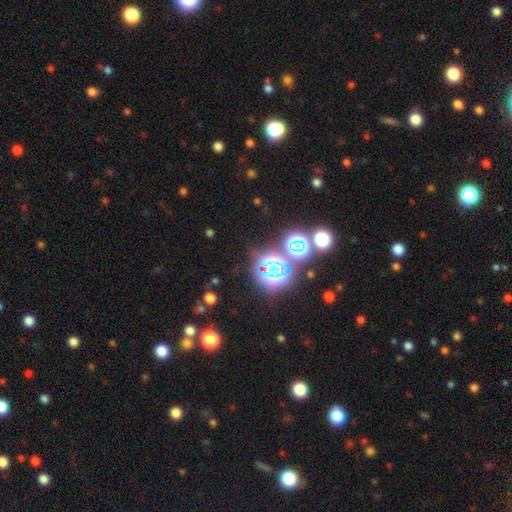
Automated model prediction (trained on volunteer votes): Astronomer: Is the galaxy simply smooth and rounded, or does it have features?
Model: star or artifact — 73%.